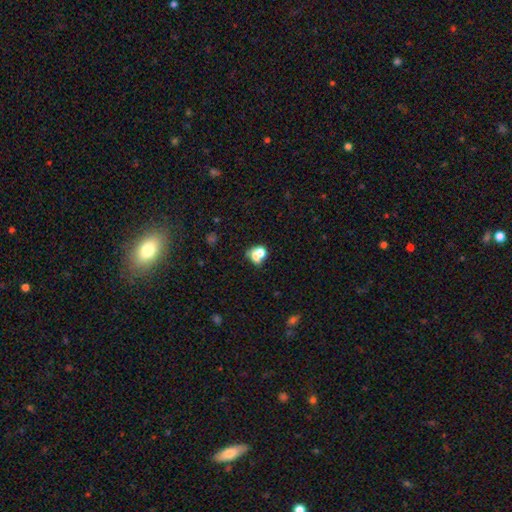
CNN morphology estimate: Smooth or featured? Predicted: smooth (p=0.64). How rounded? Predicted: round (p=0.67). Merging? Predicted: merger (p=0.44).